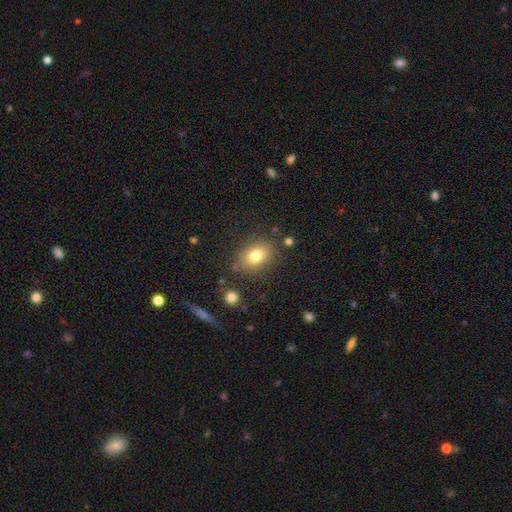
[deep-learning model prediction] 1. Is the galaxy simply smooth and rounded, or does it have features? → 78% smooth, 11% featured or disk, 11% star or artifact.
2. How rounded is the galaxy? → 65% in between, 33% round, 1% cigar-shaped.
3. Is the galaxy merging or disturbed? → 81% none, 12% minor disturbance, 4% major disturbance, 4% merger.